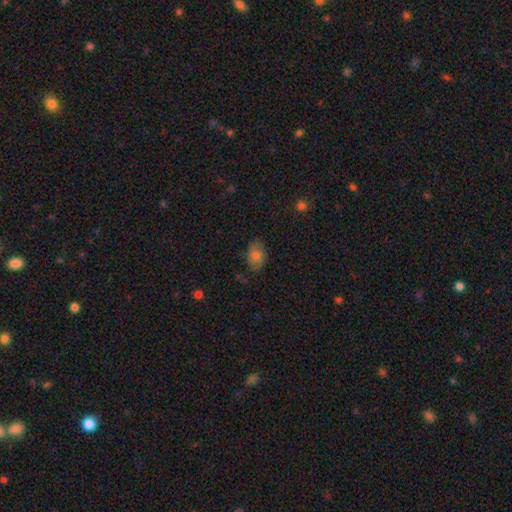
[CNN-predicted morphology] This is likely a smooth galaxy (78%). How rounded: clearly in between (86%). Merging: likely none (77%).